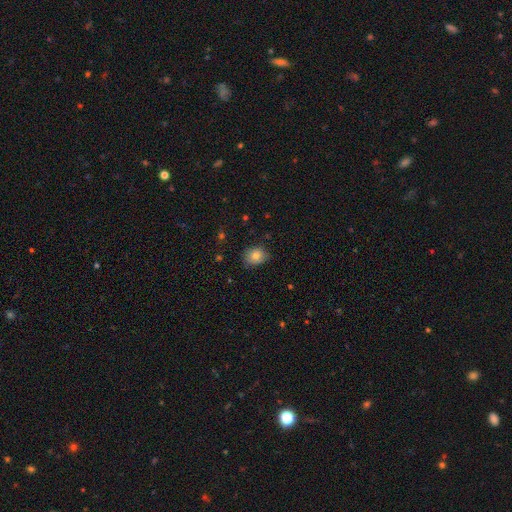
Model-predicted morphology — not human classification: Q: Smooth or featured?
A: smooth (81%); runner-up: featured or disk (10%)
Q: How rounded?
A: round (50%); runner-up: in between (49%)
Q: Merging?
A: none (75%); runner-up: minor disturbance (20%)